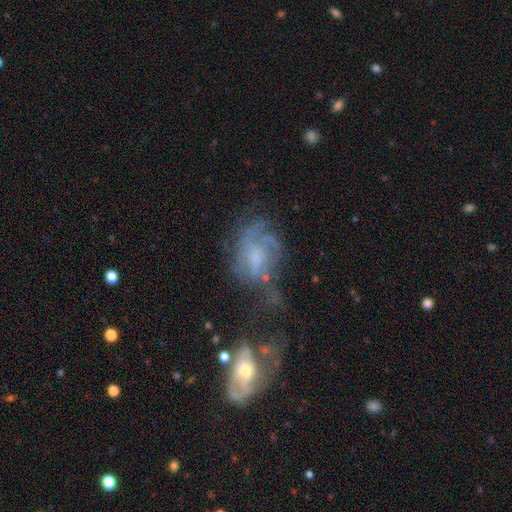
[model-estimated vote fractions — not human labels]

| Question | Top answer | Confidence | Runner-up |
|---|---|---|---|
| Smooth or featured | featured or disk | 68% | smooth (22%) |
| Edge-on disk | no | 96% | yes (4%) |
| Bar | no | 61% | weak (33%) |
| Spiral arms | yes | 74% | no (26%) |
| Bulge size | moderate | 35% | small (32%) |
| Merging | none | 30% | major disturbance (29%) |